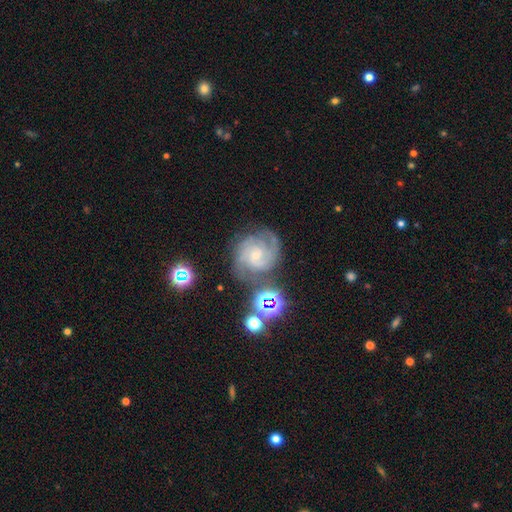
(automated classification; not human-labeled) The model was most divided on "spiral arm count": 2: 38%, 3: 31%, can't tell: 14%, 4: 8%, 1: 5%, more than 4: 5%. More confident: edge-on disk — no (98%); spiral arms — yes (98%); smooth or featured — featured or disk (85%); bulge size — small (75%); merging — none (65%); bar — no (62%); spiral winding — tight (59%).